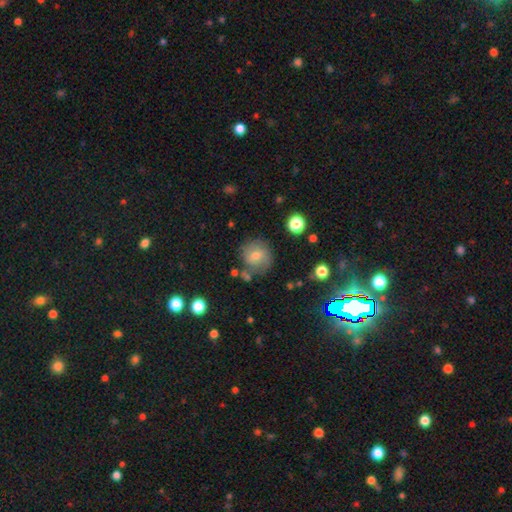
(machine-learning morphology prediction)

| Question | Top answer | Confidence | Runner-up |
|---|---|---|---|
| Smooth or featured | smooth | 61% | featured or disk (24%) |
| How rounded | round | 89% | in between (10%) |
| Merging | none | 74% | minor disturbance (15%) |